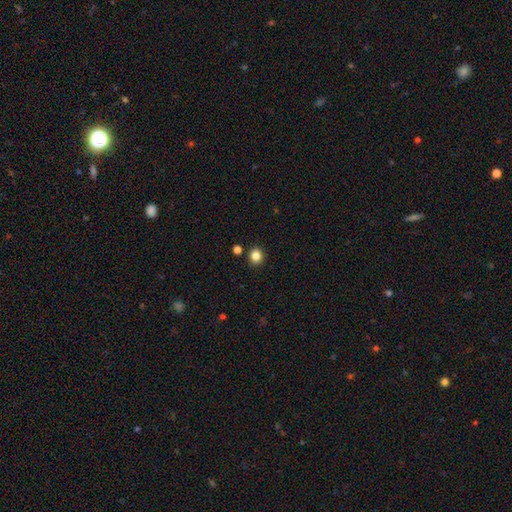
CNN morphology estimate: A smooth galaxy with no disk features (84%) that is round (76%). Merging: none (88%).